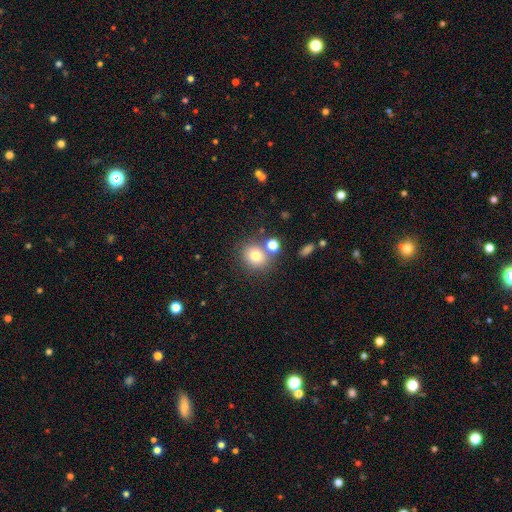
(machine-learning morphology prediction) A smooth galaxy with no disk features (75%) that is round (80%).

Vote fractions:
- Smooth or featured? smooth: 75% / star or artifact: 13% / featured or disk: 12%
- How rounded? round: 80% / in between: 19% / cigar-shaped: 1%
- Merging? none: 65% / merger: 21% / minor disturbance: 10% / major disturbance: 4%